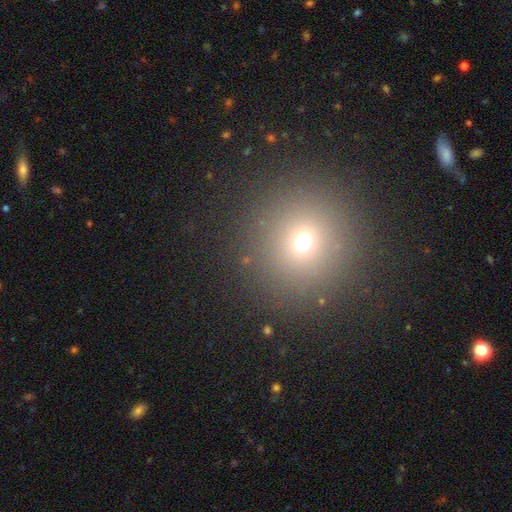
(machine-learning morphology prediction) Smooth or featured? smooth (64%)
How rounded? round (95%)
Merging? none (92%)